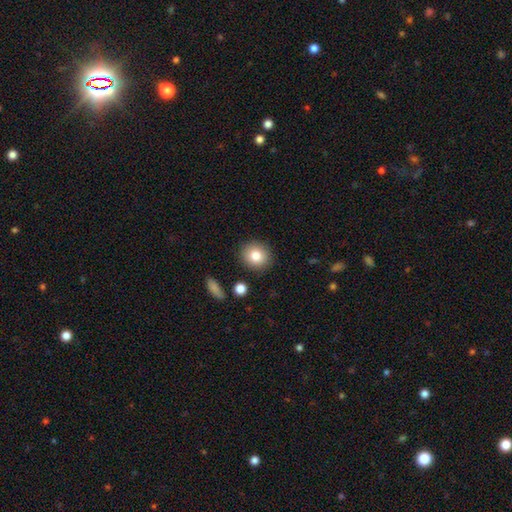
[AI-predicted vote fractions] Morphology: type=smooth (82%); roundness=round (86%); merging=none (88%).